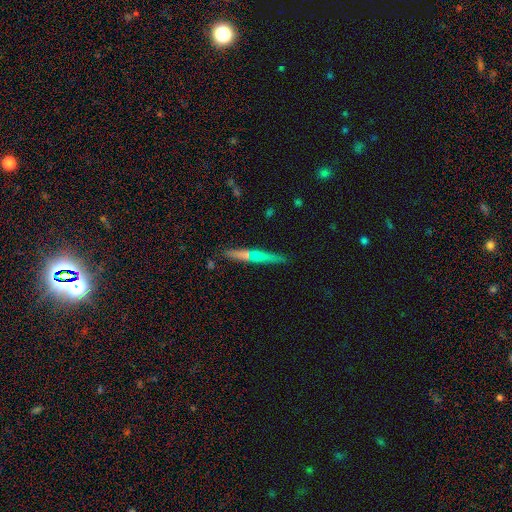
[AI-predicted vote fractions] smooth-or-featured: smooth: 55% | featured or disk: 38% | star or artifact: 8%
  how-rounded: cigar-shaped: 94% | in between: 5% | round: 2%
  merging: none: 80% | minor disturbance: 11% | merger: 6% | major disturbance: 3%